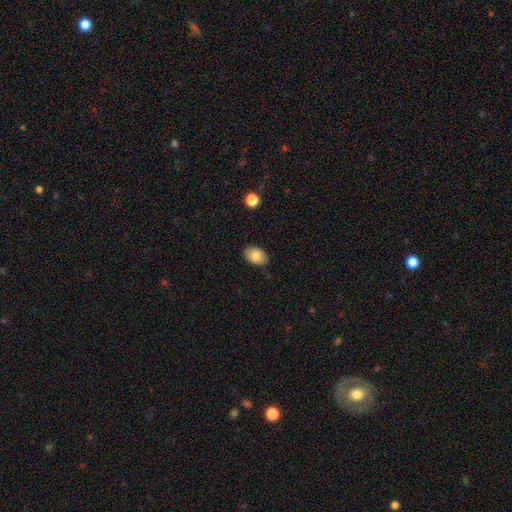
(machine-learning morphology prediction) Smooth or featured? Predicted: smooth (p=0.84). How rounded? Predicted: in between (p=0.86). Merging? Predicted: none (p=0.85).